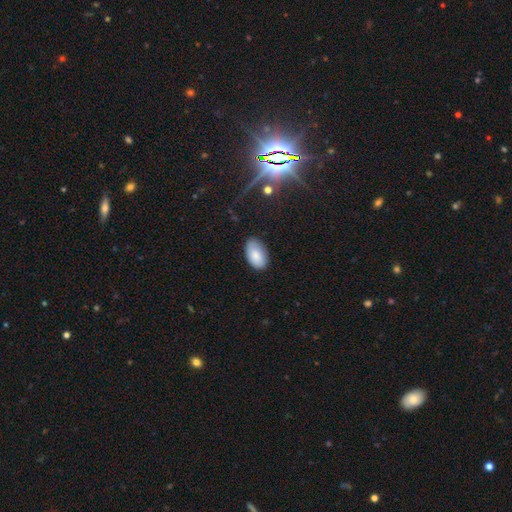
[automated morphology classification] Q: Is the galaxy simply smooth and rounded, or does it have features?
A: smooth — 83%.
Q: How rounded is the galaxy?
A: in between — 94%.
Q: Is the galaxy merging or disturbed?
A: none — 80%.